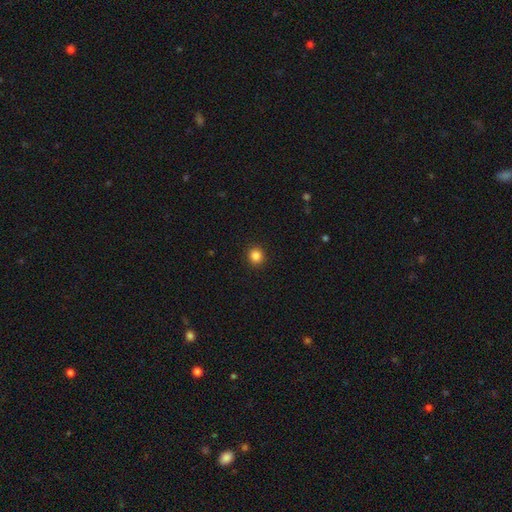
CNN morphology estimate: Smooth or featured: smooth — 85% (star or artifact — 11%)
How rounded: round — 90% (in between — 9%)
Merging: none — 92% (minor disturbance — 5%)